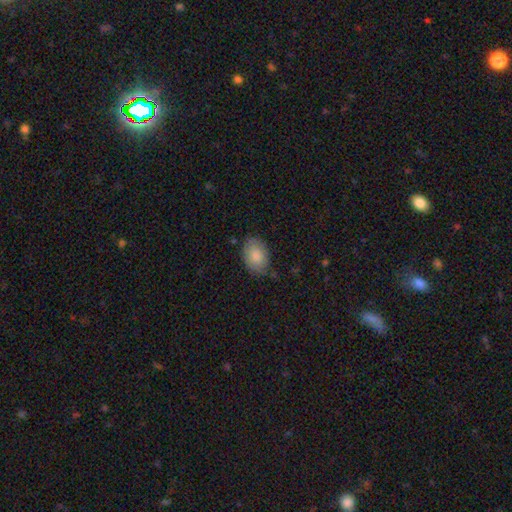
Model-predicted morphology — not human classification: Smooth or featured: smooth — 83% (featured or disk — 10%)
How rounded: in between — 84% (round — 15%)
Merging: none — 67% (minor disturbance — 26%)